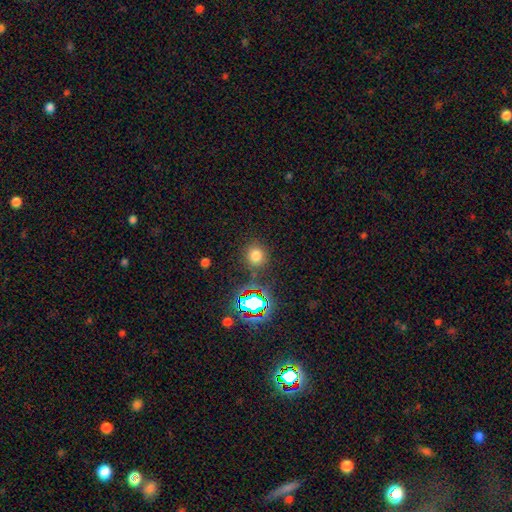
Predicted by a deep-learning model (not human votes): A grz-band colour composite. It shows a smooth galaxy with no disk features (69%) that is round (85%). Merging: none (83%).